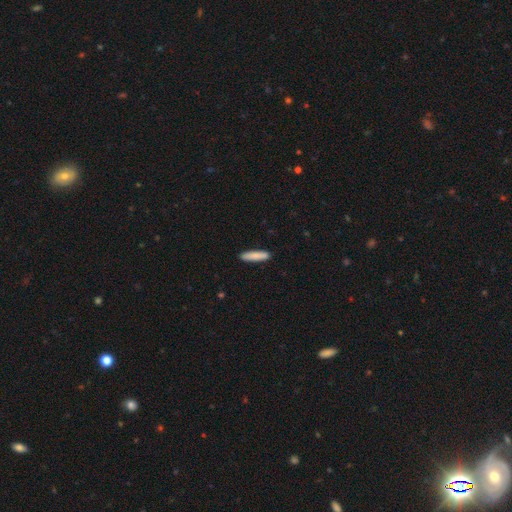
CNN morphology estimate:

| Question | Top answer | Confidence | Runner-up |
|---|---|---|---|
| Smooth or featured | smooth | 86% | featured or disk (9%) |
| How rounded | cigar-shaped | 80% | in between (18%) |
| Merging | none | 89% | minor disturbance (8%) |